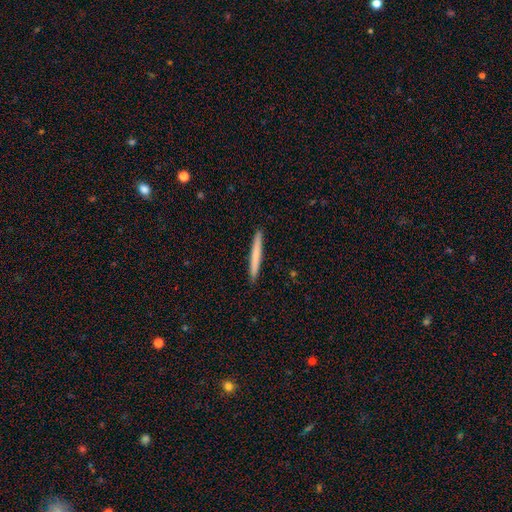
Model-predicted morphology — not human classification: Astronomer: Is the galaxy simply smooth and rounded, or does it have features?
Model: smooth — 70%.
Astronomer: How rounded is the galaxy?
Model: cigar-shaped — 97%.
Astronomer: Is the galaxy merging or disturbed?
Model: none — 93%.